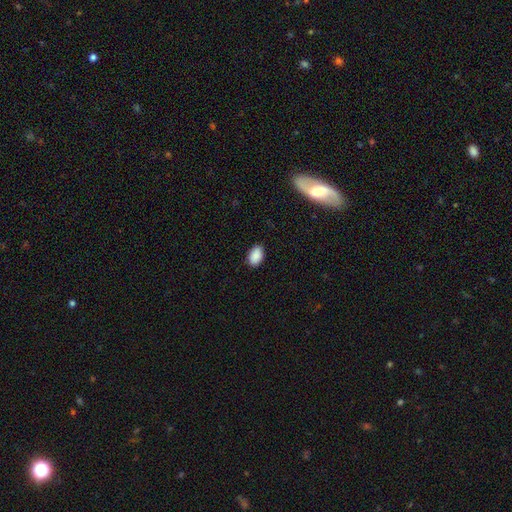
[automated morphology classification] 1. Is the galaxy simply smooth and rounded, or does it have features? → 90% smooth, 7% star or artifact, 3% featured or disk.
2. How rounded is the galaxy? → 91% in between, 8% round, 1% cigar-shaped.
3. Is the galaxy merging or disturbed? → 87% none, 10% minor disturbance, 2% major disturbance, 1% merger.